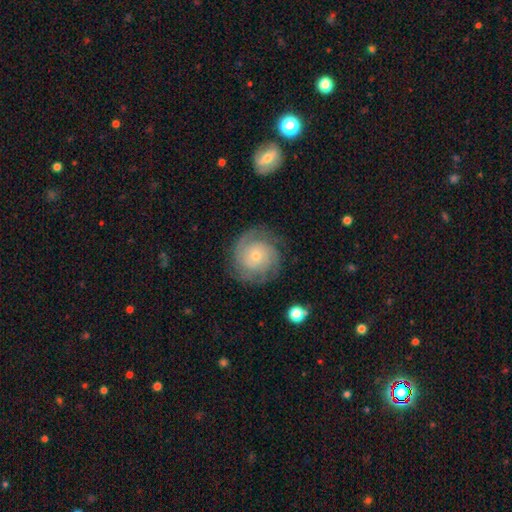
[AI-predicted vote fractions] Smooth or featured?
  - featured or disk: 78% *
  - smooth: 15%
  - star or artifact: 7%
Edge-on disk?
  - no: 98% *
  - yes: 2%
Bar?
  - no: 79% *
  - weak: 17%
  - strong: 4%
Spiral arms?
  - yes: 94% *
  - no: 6%
Spiral winding?
  - tight: 67% *
  - medium: 26%
  - loose: 7%
Spiral arm count?
  - 2: 38% *
  - can't tell: 25%
  - 3: 19%
  - 4: 7%
  - 1: 6%
  - more than 4: 5%
Bulge size?
  - small: 71% *
  - moderate: 25%
  - large: 2%
  - none: 2%
  - dominant: 1%
Merging?
  - none: 80% *
  - minor disturbance: 13%
  - major disturbance: 6%
  - merger: 1%